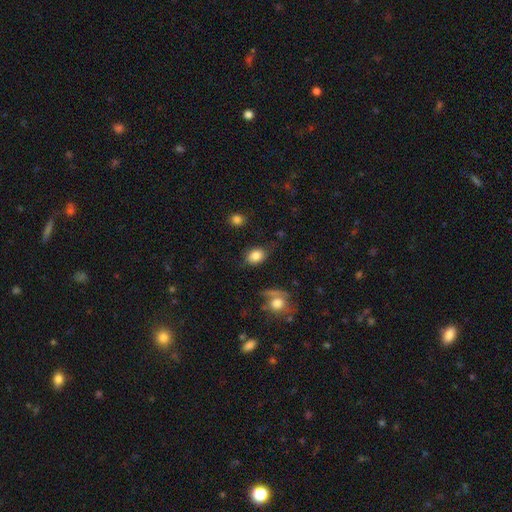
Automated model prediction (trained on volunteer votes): Smooth or featured? Predicted: smooth (p=0.83). How rounded? Predicted: in between (p=0.74). Merging? Predicted: none (p=0.77).